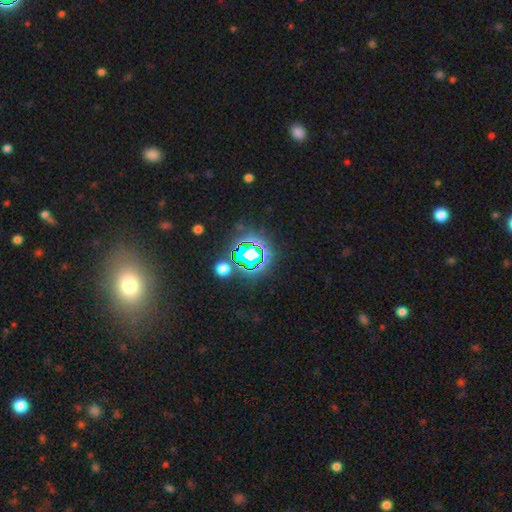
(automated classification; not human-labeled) The model was most divided on "smooth or featured": star or artifact: 72%, smooth: 18%, featured or disk: 11%.